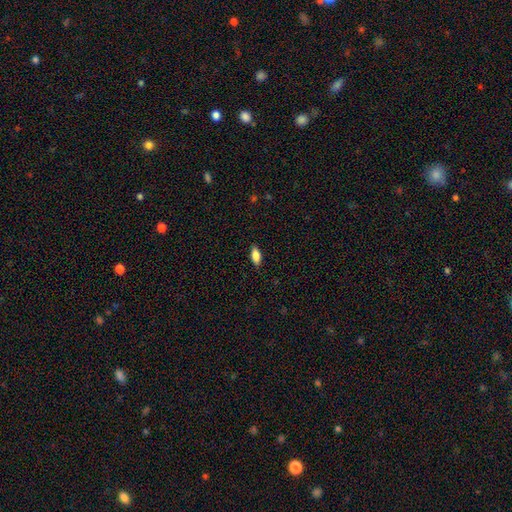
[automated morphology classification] smooth 81%, featured or disk 11%, star or artifact 7%. Down the decision tree: how rounded — in between (81%); merging — none (88%).